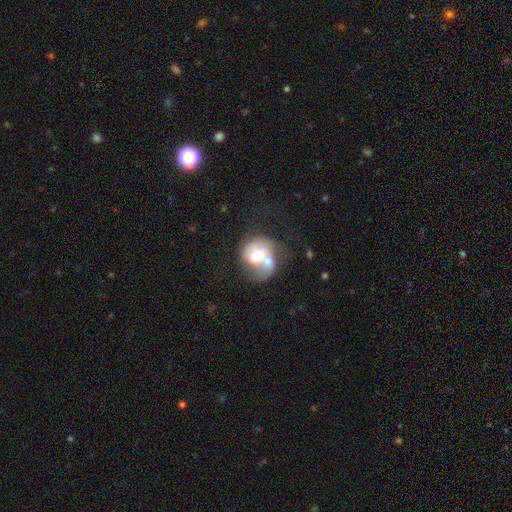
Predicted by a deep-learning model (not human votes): Smooth or featured? Predicted: smooth (p=0.55). How rounded? Predicted: round (p=0.67). Merging? Predicted: merger (p=0.56).